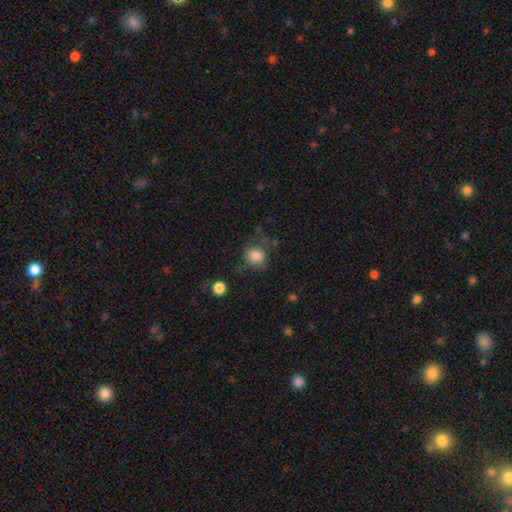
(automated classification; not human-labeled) Morphology: type=smooth (83%); roundness=round (80%); merging=none (65%).